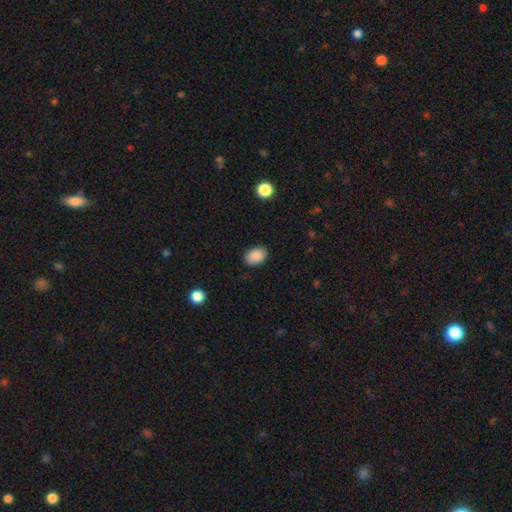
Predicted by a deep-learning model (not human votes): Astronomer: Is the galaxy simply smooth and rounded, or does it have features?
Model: smooth — 89%.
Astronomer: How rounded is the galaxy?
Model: in between — 81%.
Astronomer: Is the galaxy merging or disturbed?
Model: none — 87%.